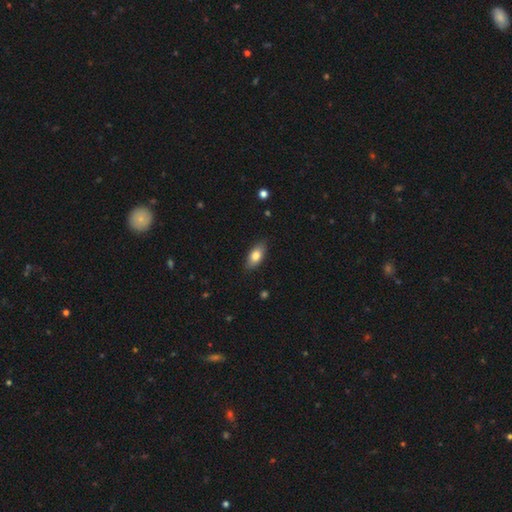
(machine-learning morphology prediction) A smooth galaxy with no disk features (78%) that is in between round and cigar-shaped (88%).

Vote fractions:
- Smooth or featured? smooth: 78% / featured or disk: 15% / star or artifact: 7%
- How rounded? in between: 88% / cigar-shaped: 8% / round: 4%
- Merging? none: 86% / minor disturbance: 11% / major disturbance: 2% / merger: 1%